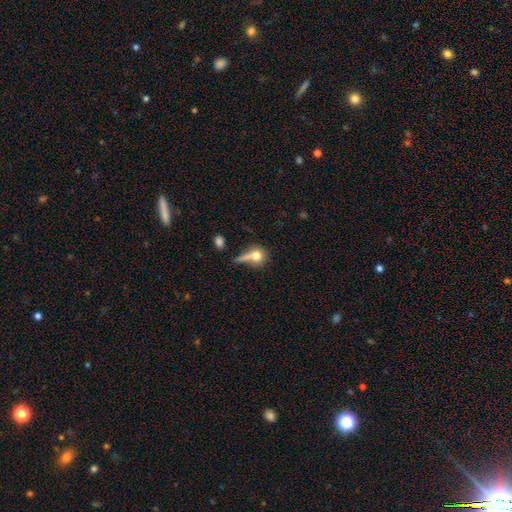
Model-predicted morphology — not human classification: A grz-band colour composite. It shows a smooth galaxy with no disk features (71%) that is round (68%). Merging: none (38%).